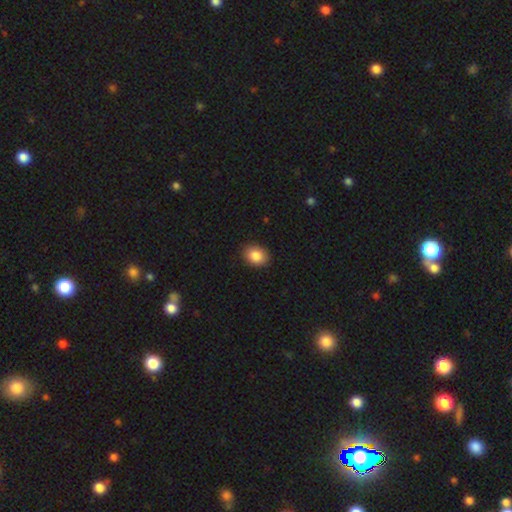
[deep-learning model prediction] Smooth or featured?
  - smooth: 86% *
  - star or artifact: 8%
  - featured or disk: 5%
How rounded?
  - in between: 57% *
  - round: 42%
  - cigar-shaped: 1%
Merging?
  - none: 89% *
  - minor disturbance: 8%
  - major disturbance: 2%
  - merger: 1%